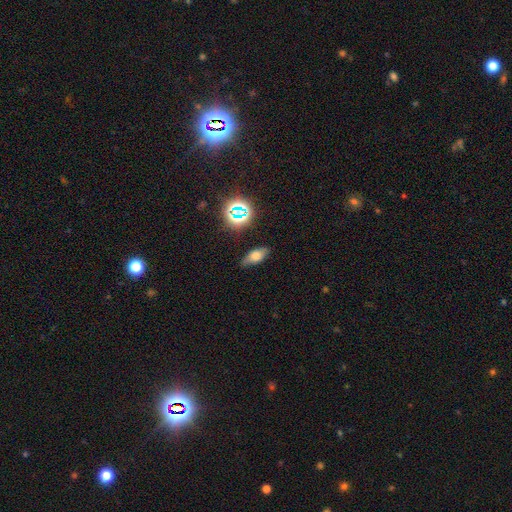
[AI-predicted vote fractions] A smooth galaxy with no disk features (66%) that is in between round and cigar-shaped (80%). Merging: none (78%).